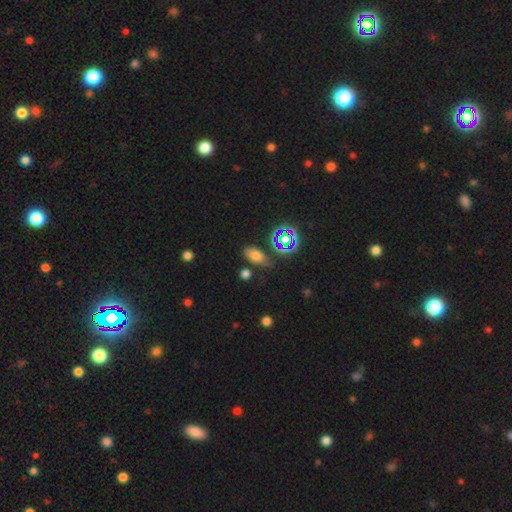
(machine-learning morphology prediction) A smooth galaxy with no disk features (65%) that is in between round and cigar-shaped (83%).

Vote fractions:
- Smooth or featured? smooth: 65% / star or artifact: 24% / featured or disk: 11%
- How rounded? in between: 83% / round: 10% / cigar-shaped: 7%
- Merging? none: 72% / minor disturbance: 16% / merger: 6% / major disturbance: 6%